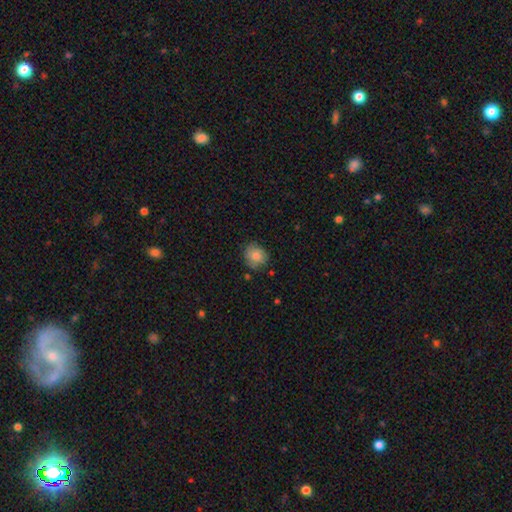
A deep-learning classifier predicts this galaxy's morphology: Smooth or featured? smooth (82%)
How rounded? round (78%)
Merging? none (76%)